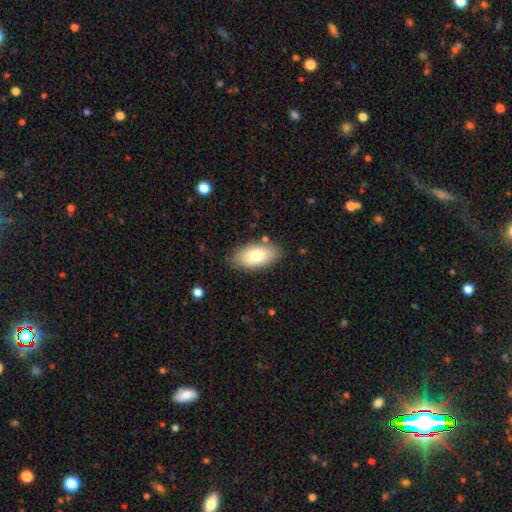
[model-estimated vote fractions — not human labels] Smooth or featured? smooth (77%)
How rounded? in between (93%)
Merging? none (82%)